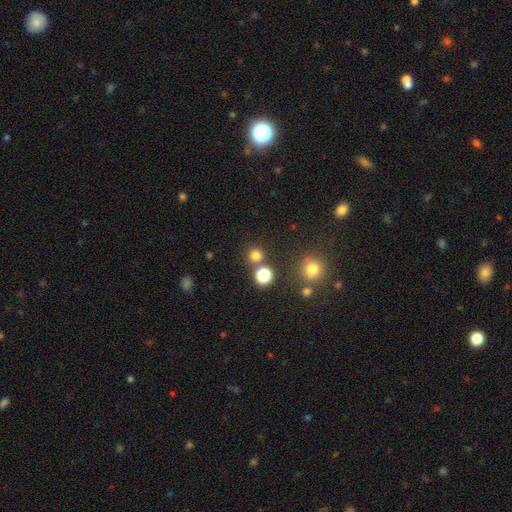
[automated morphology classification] smooth_or_featured: smooth (p=0.74) [alt: star or artifact p=0.21]
how_rounded: round (p=0.92) [alt: in between p=0.07]
merging: none (p=0.77) [alt: merger p=0.13]